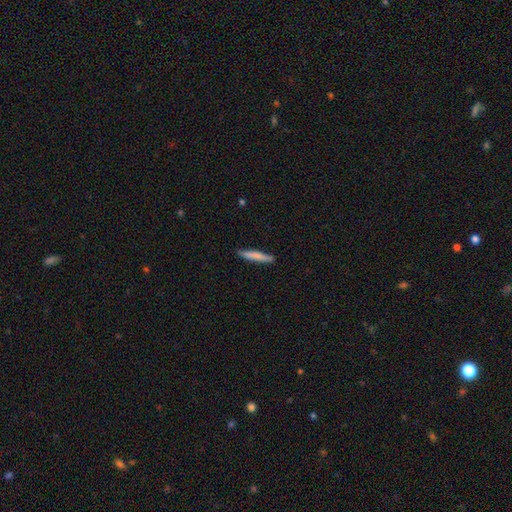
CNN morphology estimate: Q: Smooth or featured?
A: smooth (74%); runner-up: featured or disk (21%)
Q: How rounded?
A: cigar-shaped (94%); runner-up: in between (5%)
Q: Merging?
A: none (86%); runner-up: minor disturbance (11%)